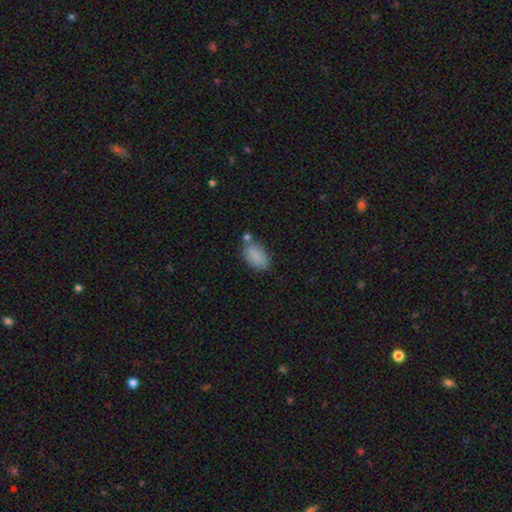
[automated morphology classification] This appears to be a smooth galaxy with no disk features (87%) that is in between round and cigar-shaped (93%). Merging: none (62%).